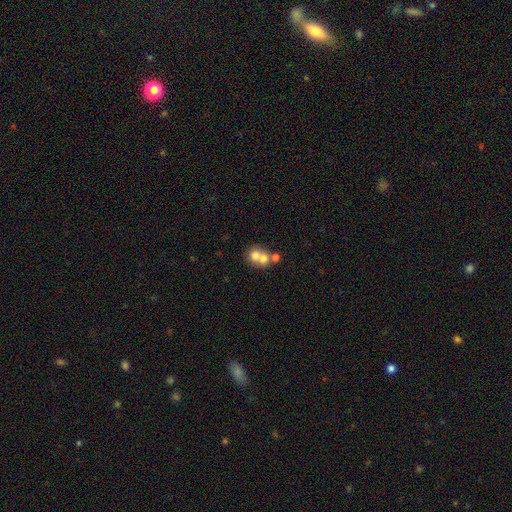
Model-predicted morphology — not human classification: Smooth or featured: smooth — 65% (featured or disk — 24%)
How rounded: round — 75% (in between — 24%)
Merging: merger — 61% (none — 30%)